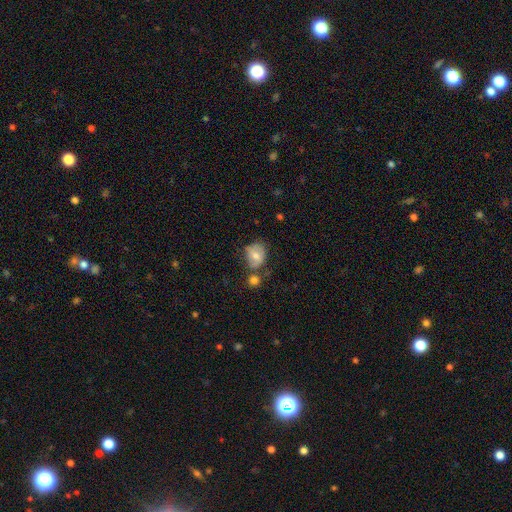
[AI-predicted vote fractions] Q: Smooth or featured?
A: smooth (59%); runner-up: featured or disk (32%)
Q: How rounded?
A: in between (51%); runner-up: round (48%)
Q: Merging?
A: none (47%); runner-up: minor disturbance (24%)